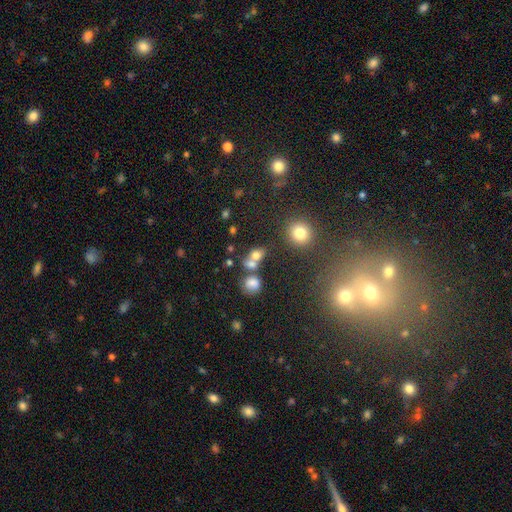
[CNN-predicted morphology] Overall: smooth (70%). How rounded: in between (51%; round 46%). Merging: merger (45%; none 38%).